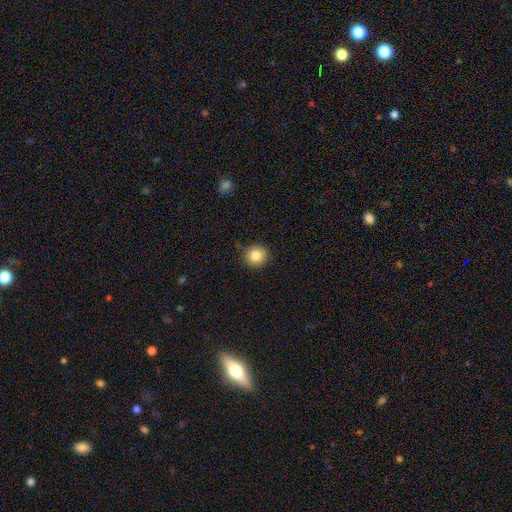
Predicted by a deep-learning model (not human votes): This appears to be a smooth galaxy with no disk features (83%) that is round (91%). Merging: none (86%).